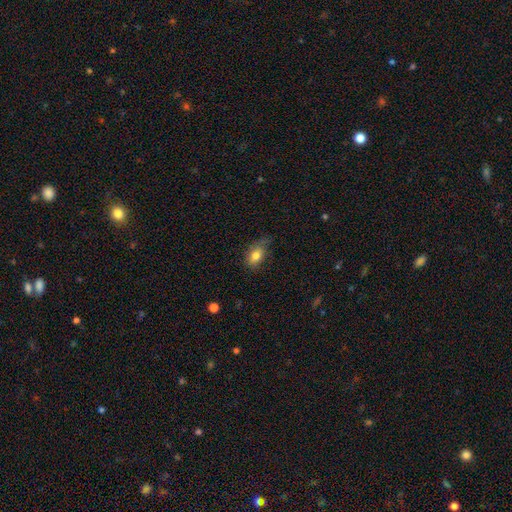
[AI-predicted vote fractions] This appears to be a smooth galaxy with no disk features (79%) that is in between round and cigar-shaped (85%). Merging: none (56%).